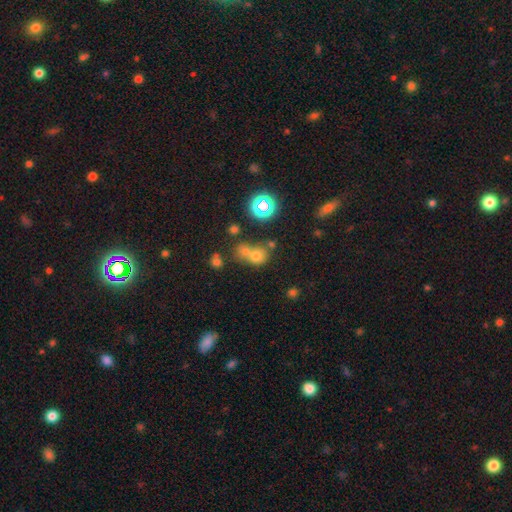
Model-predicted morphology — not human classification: Smooth or featured? smooth (63%)
How rounded? round (70%)
Merging? merger (50%)